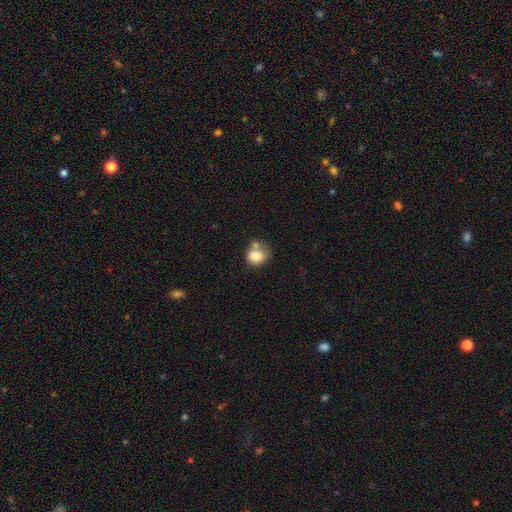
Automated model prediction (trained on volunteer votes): Smooth or featured: smooth — 81% (featured or disk — 10%)
How rounded: round — 65% (in between — 34%)
Merging: none — 42% (merger — 34%)